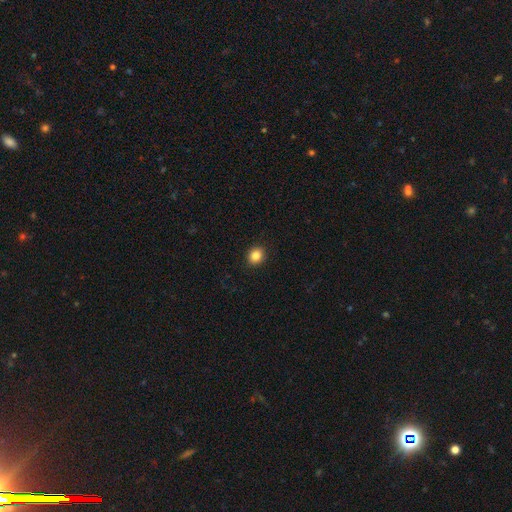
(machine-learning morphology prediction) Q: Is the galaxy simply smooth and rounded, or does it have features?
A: smooth — 85%.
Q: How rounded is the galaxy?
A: round — 74%.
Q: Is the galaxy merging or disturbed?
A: none — 92%.